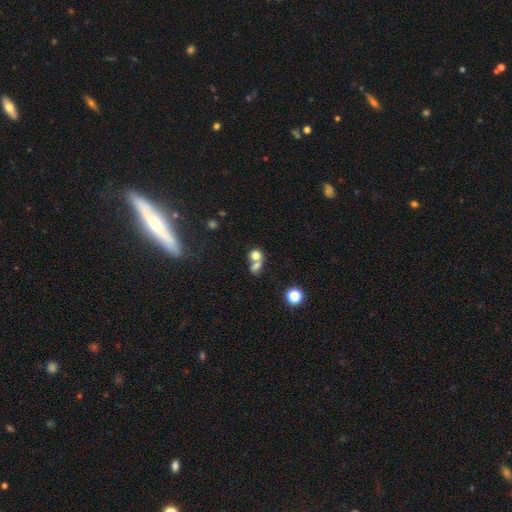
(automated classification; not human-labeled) Smooth or featured?
  - smooth: 72% *
  - featured or disk: 15%
  - star or artifact: 13%
How rounded?
  - round: 68% *
  - in between: 31%
  - cigar-shaped: 2%
Merging?
  - merger: 61% *
  - none: 28%
  - minor disturbance: 6%
  - major disturbance: 5%